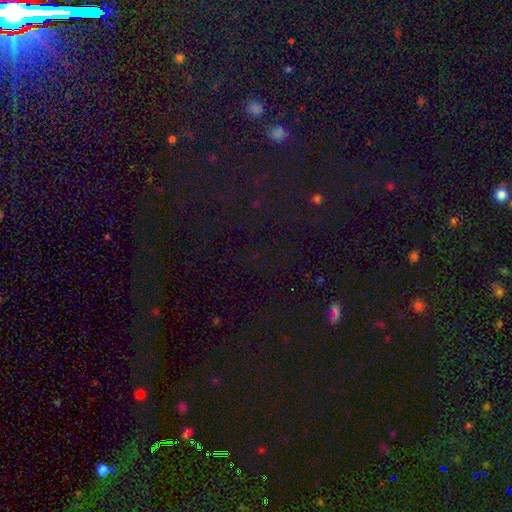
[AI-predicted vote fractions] Smooth or featured: star or artifact — 72% (smooth — 21%)